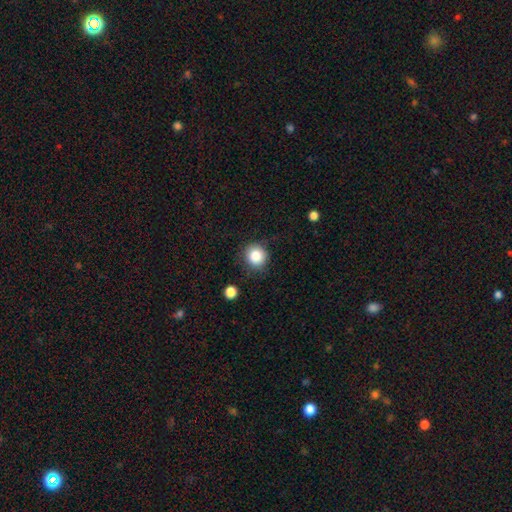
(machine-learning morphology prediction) smooth_or_featured: smooth (p=0.84) [alt: star or artifact p=0.10]
how_rounded: round (p=0.91) [alt: in between p=0.08]
merging: none (p=0.84) [alt: minor disturbance p=0.11]